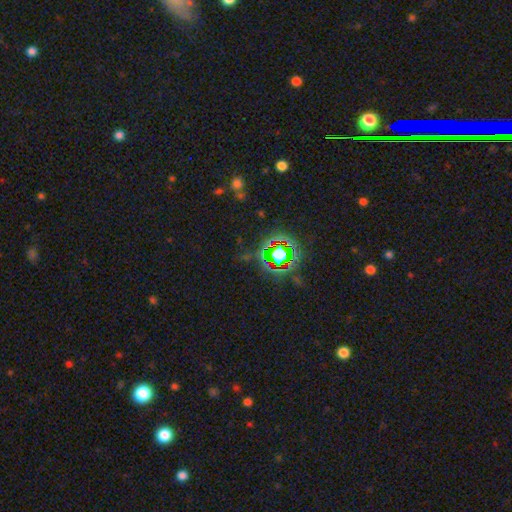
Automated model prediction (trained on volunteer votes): Q: Smooth or featured?
A: star or artifact (81%); runner-up: smooth (12%)